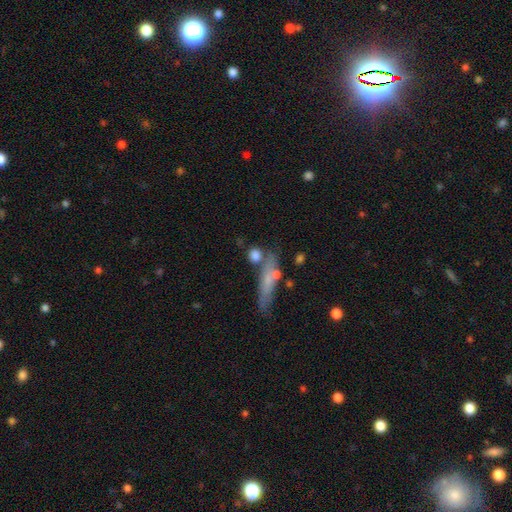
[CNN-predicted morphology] Smooth or featured? Predicted: smooth (p=0.75). How rounded? Predicted: round (p=0.55). Merging? Predicted: none (p=0.60).